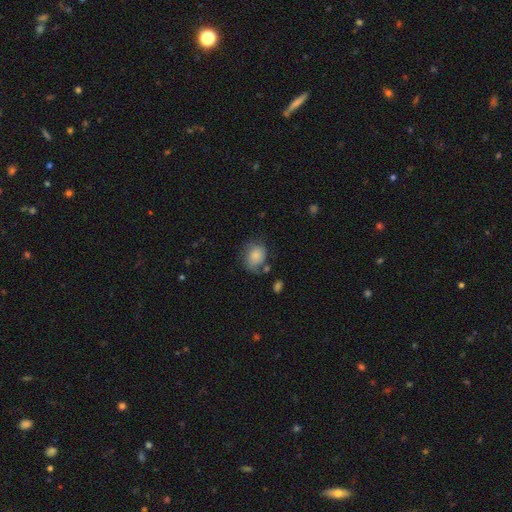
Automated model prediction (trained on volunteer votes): The model was most divided on "how rounded": in between: 55%, round: 44%, cigar-shaped: 1%. More confident: smooth or featured — smooth (74%); merging — none (50%).